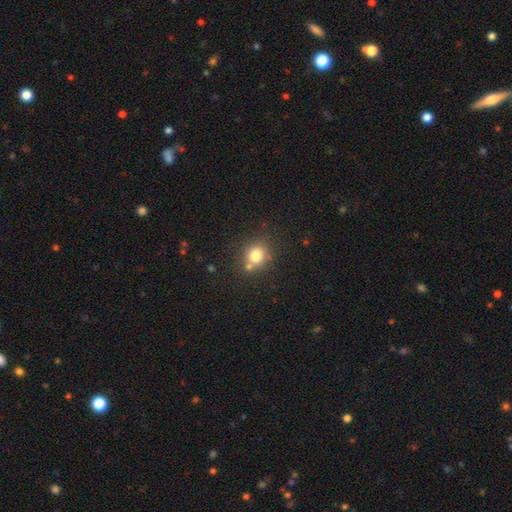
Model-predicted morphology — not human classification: type=smooth (78%); roundness=round (80%); merging=none (68%).